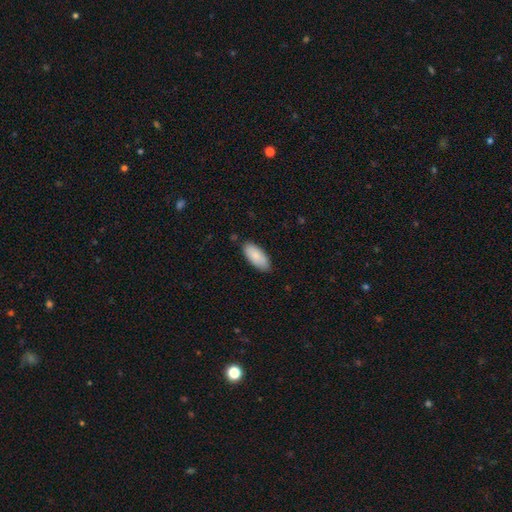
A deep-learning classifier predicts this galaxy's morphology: Smooth or featured? smooth (88%)
How rounded? in between (87%)
Merging? none (84%)